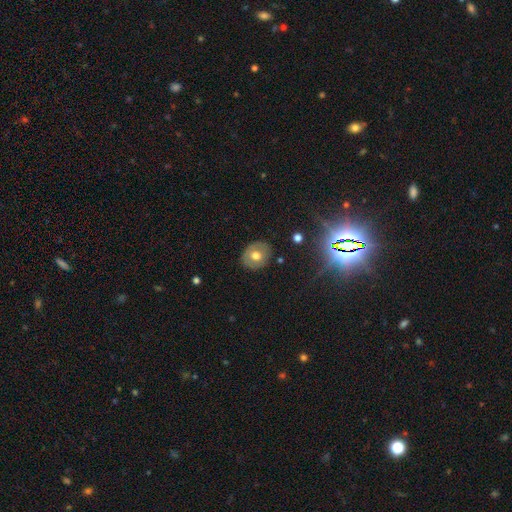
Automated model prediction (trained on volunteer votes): This appears to be a smooth galaxy with no disk features (59%) that is round (64%). Merging: none (85%).